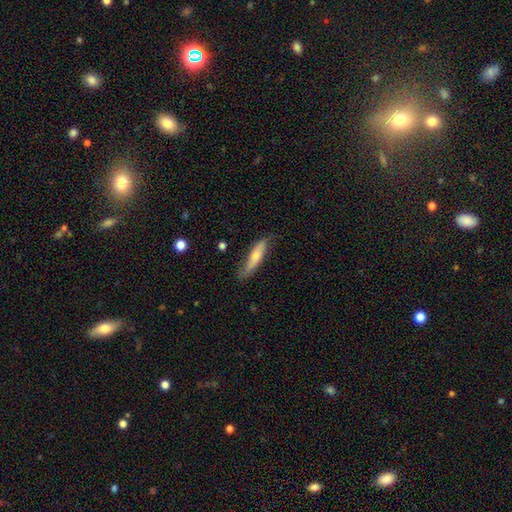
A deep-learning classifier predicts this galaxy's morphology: smooth_or_featured: smooth (p=0.53) [alt: featured or disk p=0.40]
how_rounded: cigar-shaped (p=0.77) [alt: in between p=0.21]
merging: none (p=0.69) [alt: minor disturbance p=0.24]